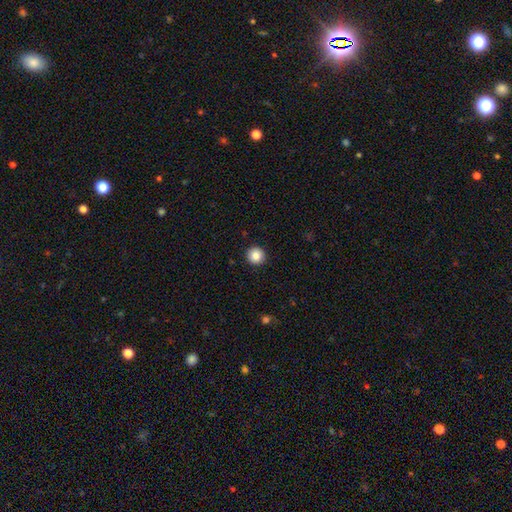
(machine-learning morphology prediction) Smooth or featured? smooth (85%)
How rounded? round (96%)
Merging? none (93%)